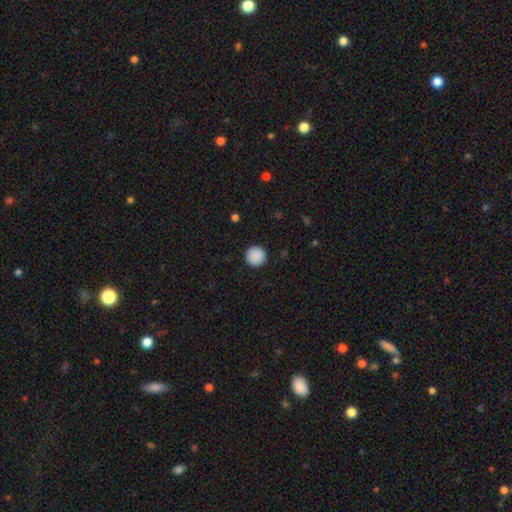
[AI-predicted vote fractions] smooth 90%, star or artifact 8%, featured or disk 2%. Down the decision tree: how rounded — round (95%); merging — none (92%).